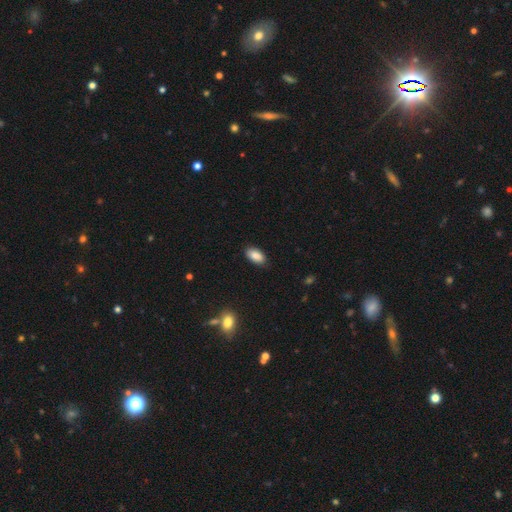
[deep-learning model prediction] Overall: smooth (87%). How rounded: in between (94%). Merging: none (87%).